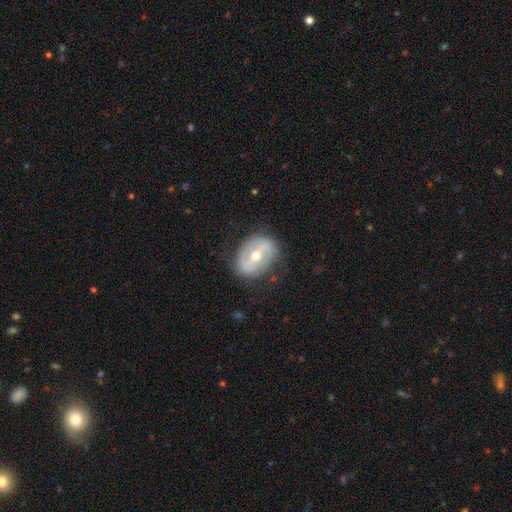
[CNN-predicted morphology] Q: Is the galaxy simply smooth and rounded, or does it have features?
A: featured or disk — 69%.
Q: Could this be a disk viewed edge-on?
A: no — 94%.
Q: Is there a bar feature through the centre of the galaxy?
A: strong — 47%.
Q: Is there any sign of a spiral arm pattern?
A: yes — 53%.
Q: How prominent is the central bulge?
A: moderate — 63%.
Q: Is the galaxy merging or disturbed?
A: none — 75%.